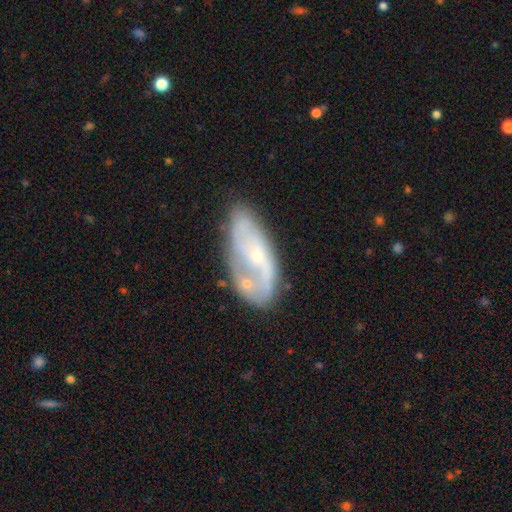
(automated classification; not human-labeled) This is likely a featured or disk galaxy (65%). It is clearly not viewed edge-on (91%). Bar: likely no (71%). Spiral arm pattern: likely yes (64%). Central bulge: likely small (73%). Merging: possibly none (53%).